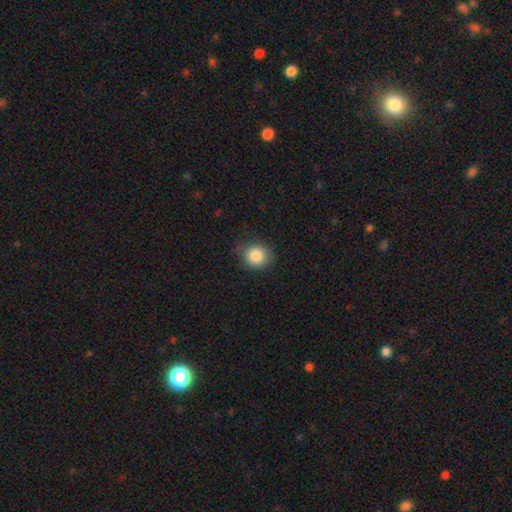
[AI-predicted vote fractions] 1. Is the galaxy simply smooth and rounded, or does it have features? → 85% smooth, 9% star or artifact, 5% featured or disk.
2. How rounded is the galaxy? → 84% round, 15% in between, 1% cigar-shaped.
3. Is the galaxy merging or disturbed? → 82% none, 14% minor disturbance, 3% major disturbance, 1% merger.